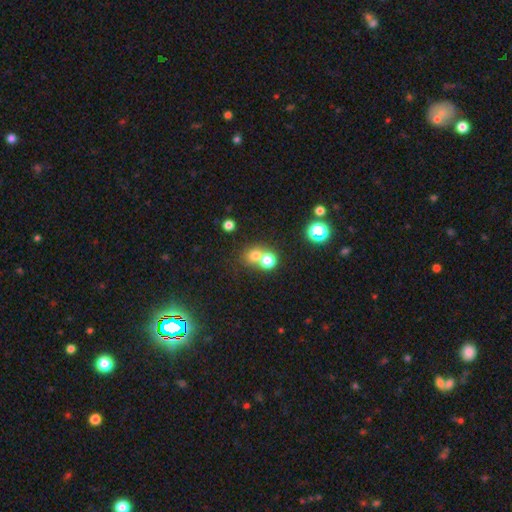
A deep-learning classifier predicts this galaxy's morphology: The model was most divided on "merging": merger: 46%, none: 44%, minor disturbance: 7%, major disturbance: 4%. More confident: how rounded — round (77%); smooth or featured — smooth (71%).